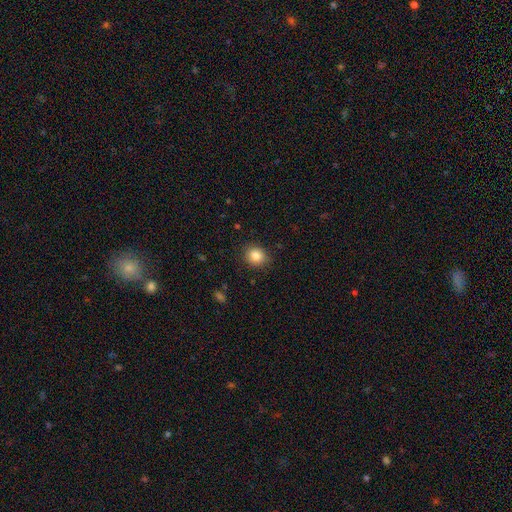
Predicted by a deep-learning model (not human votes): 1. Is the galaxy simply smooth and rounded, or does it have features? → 85% smooth, 10% star or artifact, 5% featured or disk.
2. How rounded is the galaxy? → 77% round, 22% in between, 1% cigar-shaped.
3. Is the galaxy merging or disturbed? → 88% none, 9% minor disturbance, 2% major disturbance, 1% merger.